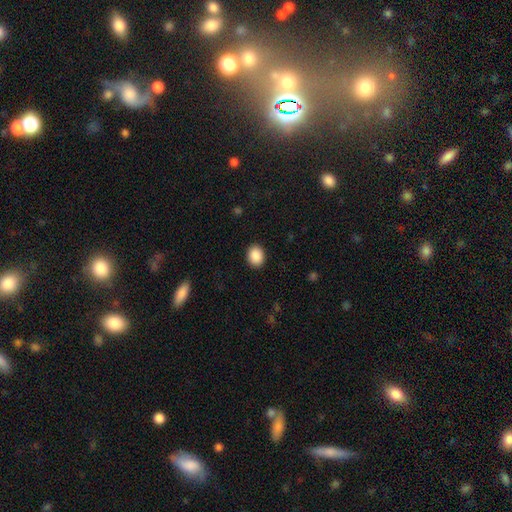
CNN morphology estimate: Smooth or featured? smooth (89%)
How rounded? round (50%)
Merging? none (91%)